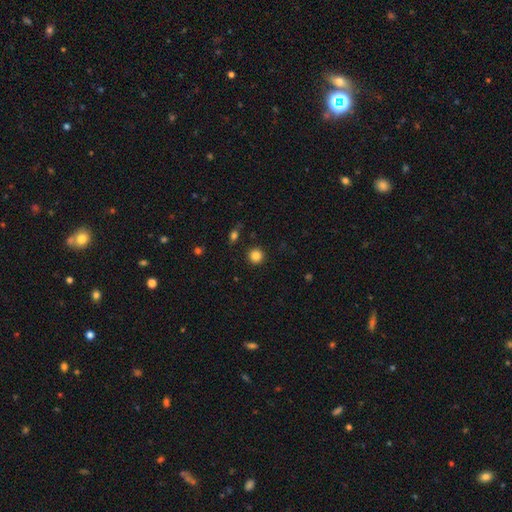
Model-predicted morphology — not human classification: type=smooth (85%); roundness=round (95%); merging=none (92%).